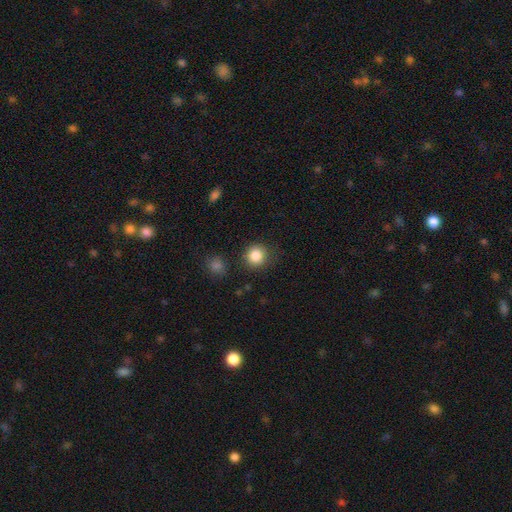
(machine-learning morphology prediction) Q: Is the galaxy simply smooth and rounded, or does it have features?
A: smooth — 85%.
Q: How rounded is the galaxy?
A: round — 89%.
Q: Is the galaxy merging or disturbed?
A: none — 85%.